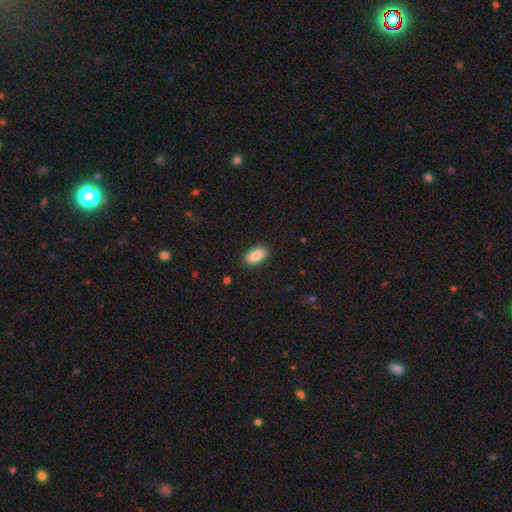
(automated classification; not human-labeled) The model was most divided on "smooth or featured": smooth: 87%, star or artifact: 7%, featured or disk: 6%. More confident: how rounded — in between (93%); merging — none (89%).